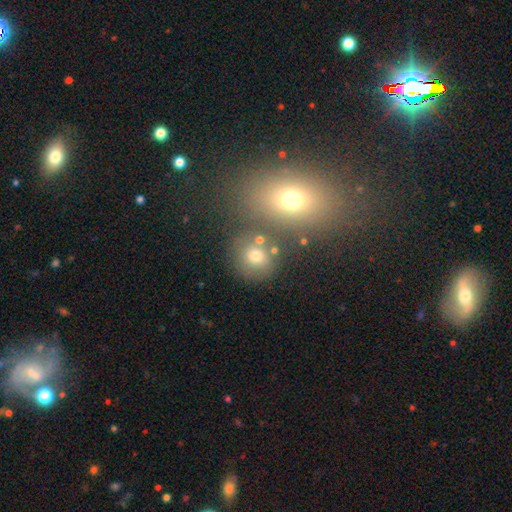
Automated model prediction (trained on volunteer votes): Smooth or featured?
  - smooth: 68% *
  - star or artifact: 19%
  - featured or disk: 13%
How rounded?
  - round: 75% *
  - in between: 23%
  - cigar-shaped: 1%
Merging?
  - none: 64% *
  - merger: 20%
  - minor disturbance: 11%
  - major disturbance: 6%